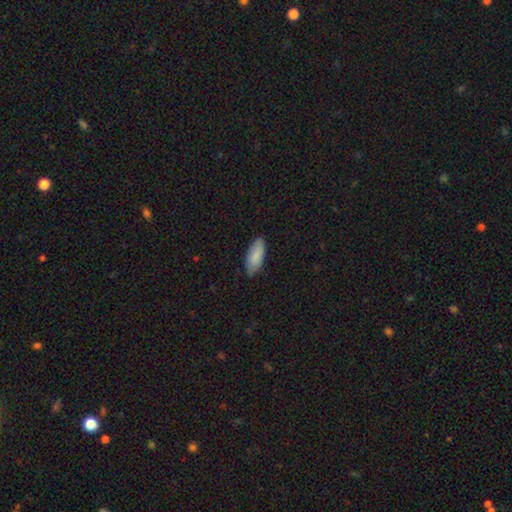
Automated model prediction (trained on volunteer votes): Smooth or featured? smooth (87%)
How rounded? in between (80%)
Merging? none (82%)